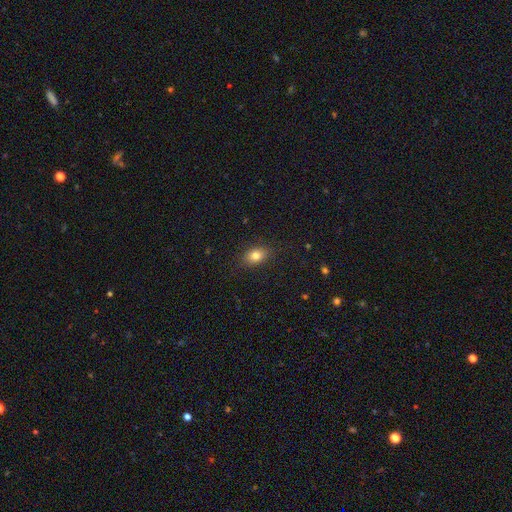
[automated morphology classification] This appears to be a smooth galaxy with no disk features (80%) that is in between round and cigar-shaped (76%). Merging: none (86%).